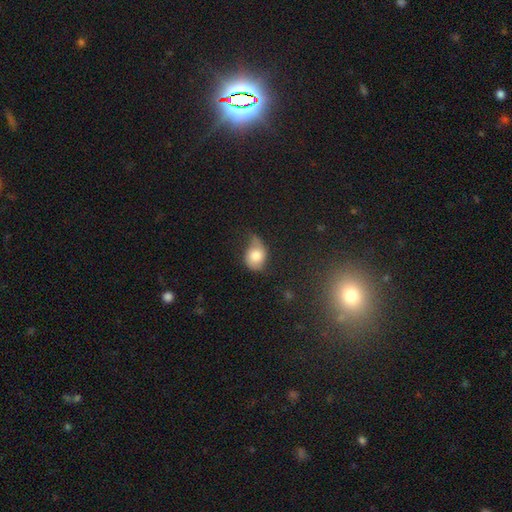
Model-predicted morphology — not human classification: A smooth galaxy with no disk features (67%) that is in between round and cigar-shaped (61%).

Vote fractions:
- Smooth or featured? smooth: 67% / featured or disk: 25% / star or artifact: 8%
- How rounded? in between: 61% / round: 38% / cigar-shaped: 1%
- Merging? minor disturbance: 43% / none: 29% / major disturbance: 25% / merger: 3%